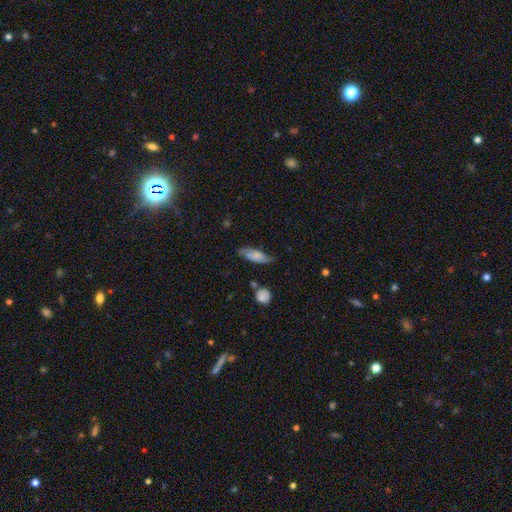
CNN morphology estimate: smooth-or-featured: smooth: 65% | featured or disk: 28% | star or artifact: 7%
  how-rounded: in between: 63% | cigar-shaped: 35% | round: 3%
  merging: none: 68% | minor disturbance: 23% | major disturbance: 5% | merger: 3%